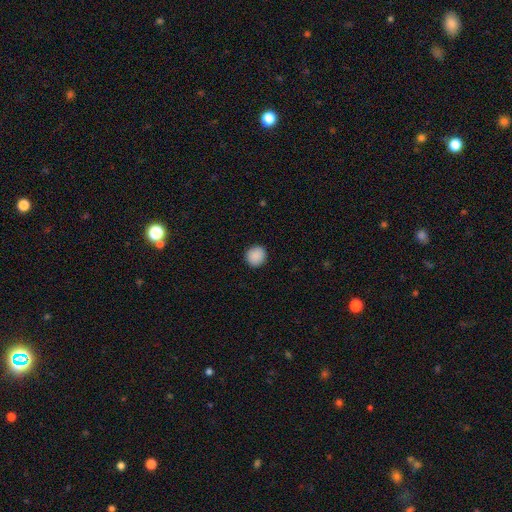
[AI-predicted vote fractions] Smooth or featured?
  - smooth: 90% *
  - star or artifact: 8%
  - featured or disk: 2%
How rounded?
  - round: 91% *
  - in between: 8%
  - cigar-shaped: 1%
Merging?
  - none: 92% *
  - minor disturbance: 5%
  - major disturbance: 2%
  - merger: 1%